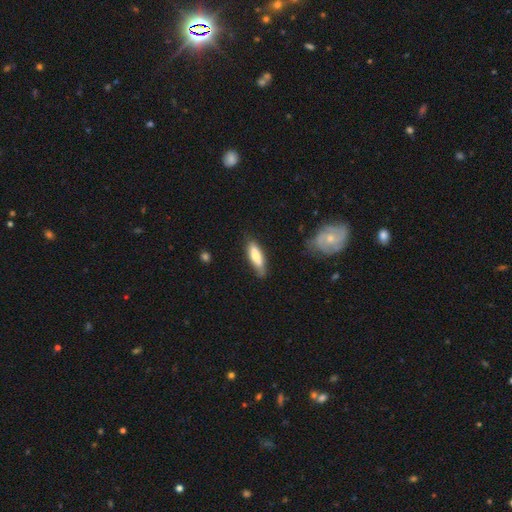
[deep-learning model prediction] Morphology: type=smooth (67%); roundness=cigar-shaped (52%); merging=none (73%).